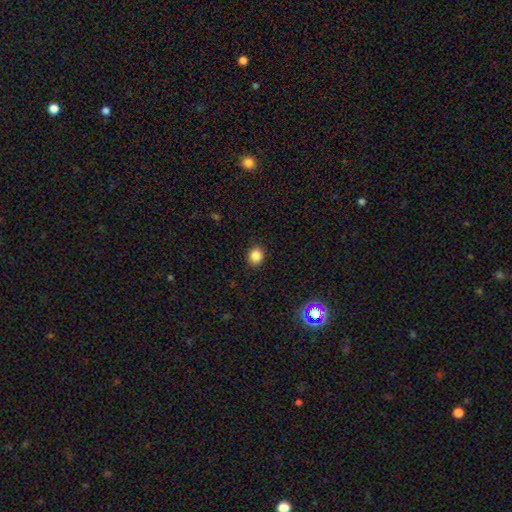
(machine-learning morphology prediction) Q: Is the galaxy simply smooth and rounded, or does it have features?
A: smooth — 85%.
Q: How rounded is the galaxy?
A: round — 73%.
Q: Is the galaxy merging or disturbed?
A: none — 90%.